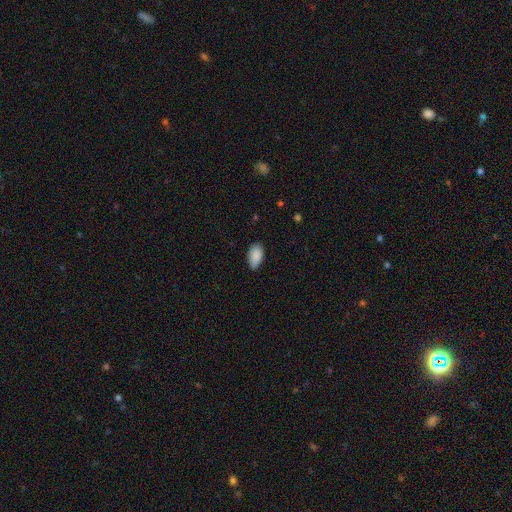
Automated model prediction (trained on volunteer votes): Smooth or featured? Predicted: smooth (p=0.89). How rounded? Predicted: in between (p=0.94). Merging? Predicted: none (p=0.71).